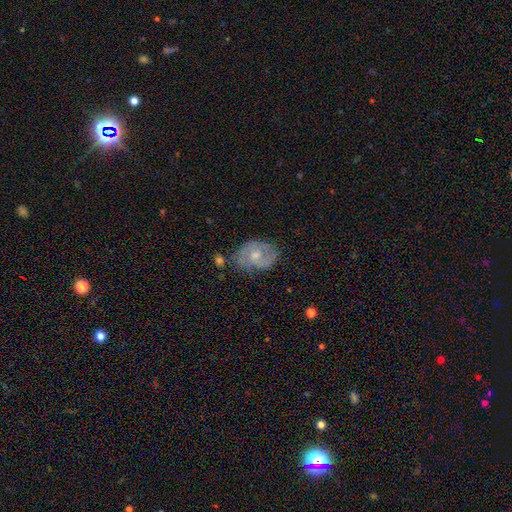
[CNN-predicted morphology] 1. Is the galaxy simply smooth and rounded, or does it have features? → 68% featured or disk, 25% smooth, 7% star or artifact.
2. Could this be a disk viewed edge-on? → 97% no, 3% yes.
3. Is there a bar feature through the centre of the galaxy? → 57% no, 37% weak, 6% strong.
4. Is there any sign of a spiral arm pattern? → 81% yes, 19% no.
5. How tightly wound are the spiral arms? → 43% tight (tied), 43% medium (tied), 14% loose.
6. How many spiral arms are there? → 69% 2, 19% can't tell, 6% 1, 4% 3, 1% 4, 1% more than 4.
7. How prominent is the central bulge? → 59% moderate, 31% small, 4% large, 4% none, 1% dominant.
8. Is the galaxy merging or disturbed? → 67% none, 22% minor disturbance, 7% major disturbance, 3% merger.